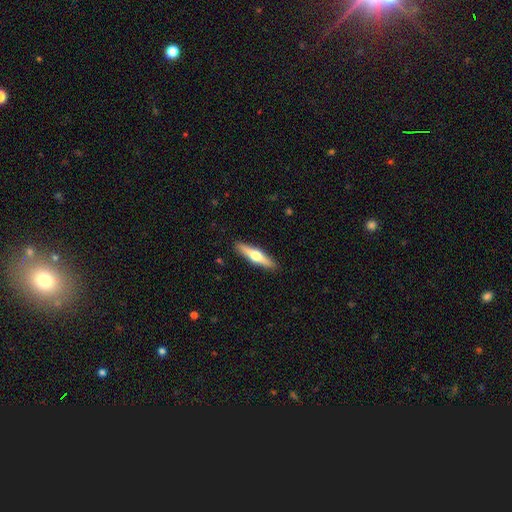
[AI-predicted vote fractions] Smooth or featured?
  - featured or disk: 57% *
  - smooth: 38%
  - star or artifact: 5%
Edge-on disk?
  - yes: 96% *
  - no: 4%
Edge-on bulge?
  - rounded: 95% *
  - none: 3%
  - boxy: 3%
Merging?
  - none: 91% *
  - minor disturbance: 7%
  - major disturbance: 1%
  - merger: 1%